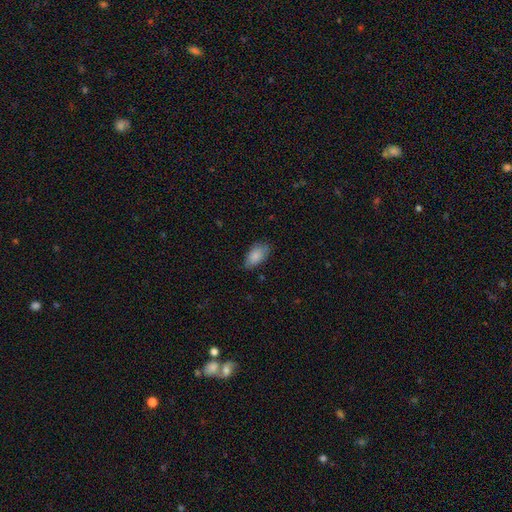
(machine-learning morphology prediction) Q: Smooth or featured?
A: smooth (86%); runner-up: featured or disk (7%)
Q: How rounded?
A: in between (93%); runner-up: cigar-shaped (4%)
Q: Merging?
A: none (72%); runner-up: minor disturbance (23%)